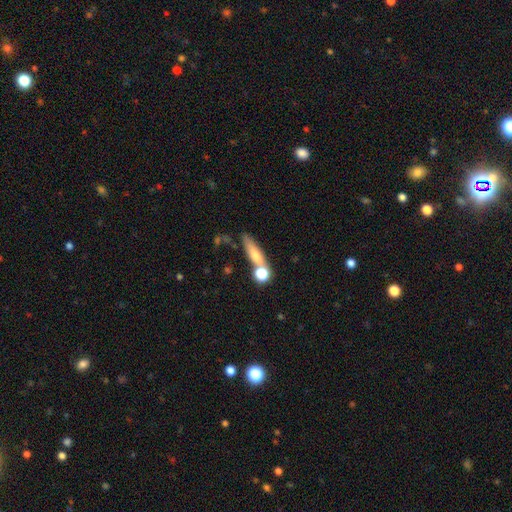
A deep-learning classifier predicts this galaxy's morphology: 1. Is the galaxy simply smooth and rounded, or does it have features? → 62% smooth, 27% featured or disk, 11% star or artifact.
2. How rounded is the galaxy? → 62% cigar-shaped, 27% in between, 12% round.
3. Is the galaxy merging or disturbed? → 55% none, 24% merger, 14% minor disturbance, 7% major disturbance.